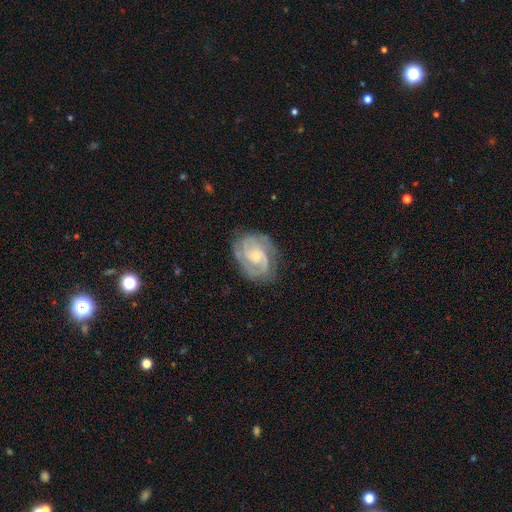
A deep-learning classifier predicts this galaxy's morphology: This is clearly a featured or disk galaxy (85%). It is clearly not viewed edge-on (98%). Bar: likely no (62%). Spiral arm pattern: clearly yes (97%). Spiral arm count: likely 2 (60%). Spiral winding: possibly tight (52%). Central bulge: possibly small (56%). Merging: likely none (74%).